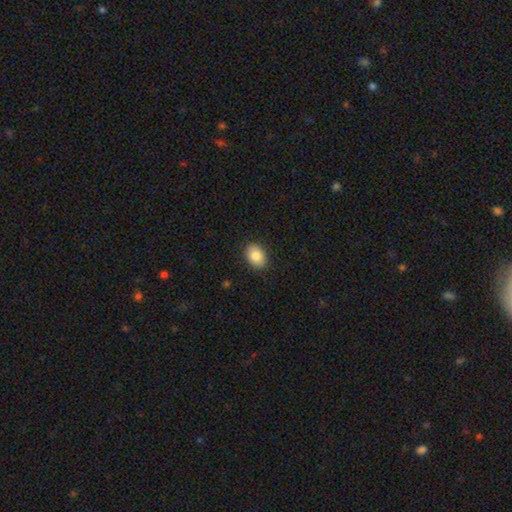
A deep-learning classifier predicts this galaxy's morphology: This is clearly a smooth galaxy (85%). How rounded: likely in between (77%). Merging: clearly none (89%).